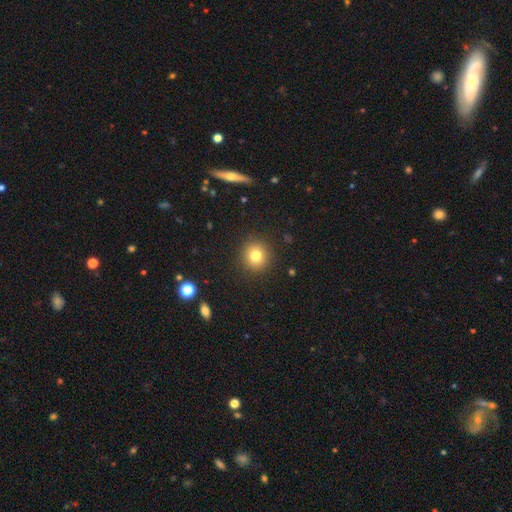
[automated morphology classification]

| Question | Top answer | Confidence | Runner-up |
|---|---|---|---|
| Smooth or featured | smooth | 78% | star or artifact (13%) |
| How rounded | round | 92% | in between (7%) |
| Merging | none | 90% | minor disturbance (6%) |